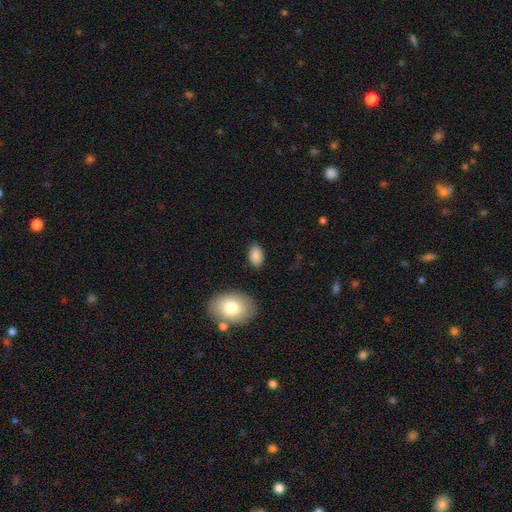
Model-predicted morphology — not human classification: This is clearly a smooth galaxy (87%). How rounded: clearly in between (91%). Merging: clearly none (84%).